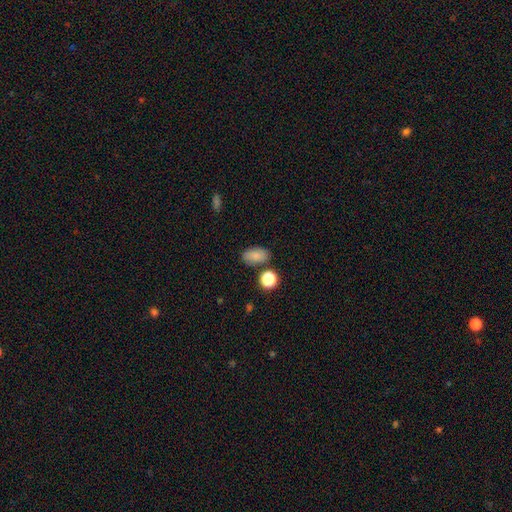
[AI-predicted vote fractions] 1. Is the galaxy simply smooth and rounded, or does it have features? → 82% smooth, 10% star or artifact, 8% featured or disk.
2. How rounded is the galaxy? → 88% in between, 10% round, 2% cigar-shaped.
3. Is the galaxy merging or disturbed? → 77% none, 13% minor disturbance, 6% merger, 3% major disturbance.